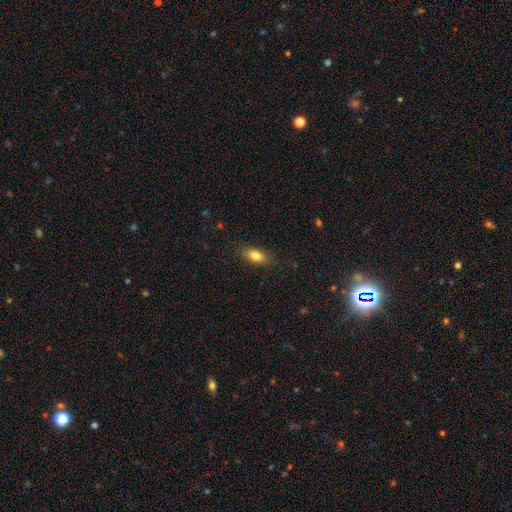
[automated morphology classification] Smooth or featured? Predicted: smooth (p=0.80). How rounded? Predicted: in between (p=0.82). Merging? Predicted: none (p=0.85).